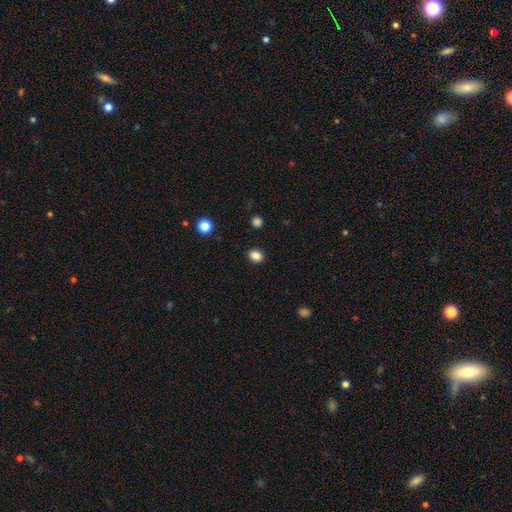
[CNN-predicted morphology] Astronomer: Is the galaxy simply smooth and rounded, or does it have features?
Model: smooth — 85%.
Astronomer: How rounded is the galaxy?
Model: round — 54% (runner-up: in between, 45%).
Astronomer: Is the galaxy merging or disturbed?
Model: none — 90%.